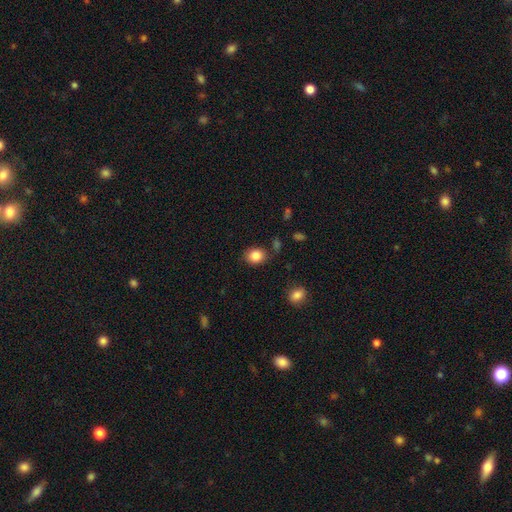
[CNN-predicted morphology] The model was most divided on "how rounded": round: 61%, in between: 38%, cigar-shaped: 1%. More confident: smooth or featured — smooth (85%); merging — none (82%).